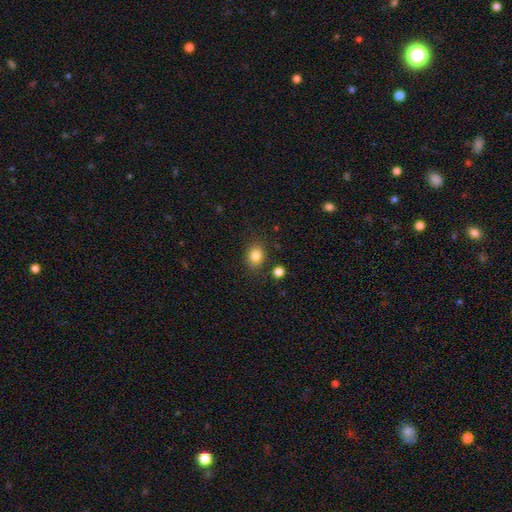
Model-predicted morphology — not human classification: A smooth galaxy with no disk features (83%) that is round (53%). Merging: none (84%).